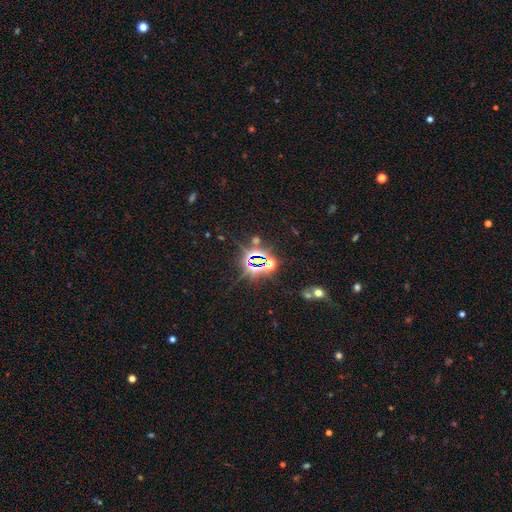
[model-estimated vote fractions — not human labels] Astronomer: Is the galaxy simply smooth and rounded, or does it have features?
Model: star or artifact — 78%.